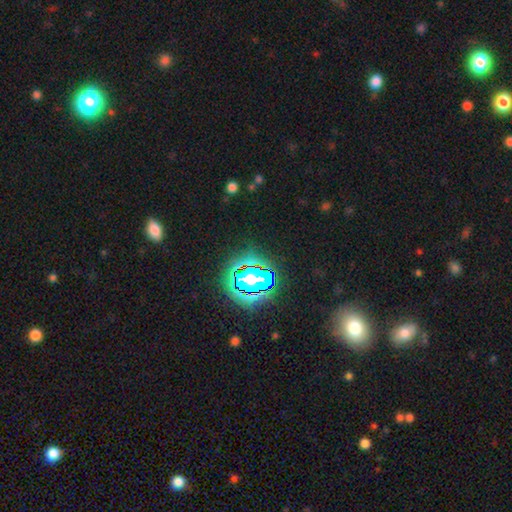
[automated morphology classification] Smooth or featured? star or artifact (79%)